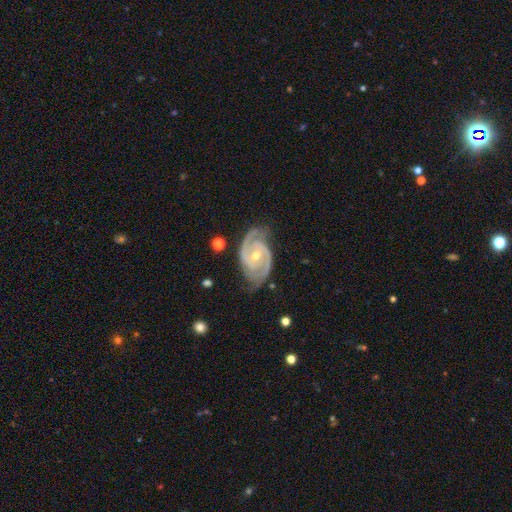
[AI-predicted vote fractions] This is clearly a featured or disk galaxy (93%). It is clearly not viewed edge-on (97%). Bar: possibly no (52%). Spiral arm pattern: clearly yes (99%). Spiral arm count: clearly 2 (85%). Spiral winding: possibly tight (51%). Central bulge: possibly small (54%). Merging: likely none (76%).